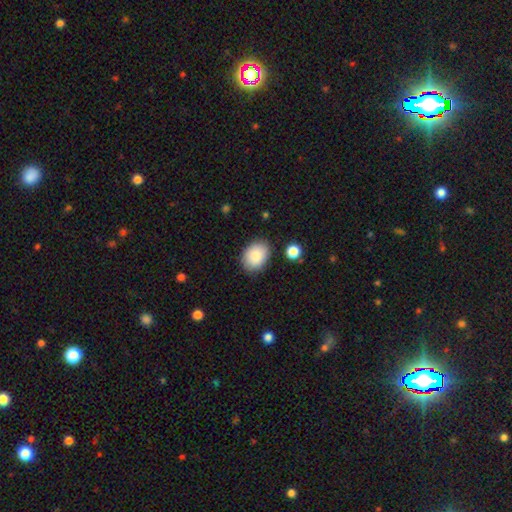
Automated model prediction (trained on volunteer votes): Smooth or featured: smooth — 88% (star or artifact — 7%)
How rounded: in between — 72% (round — 28%)
Merging: none — 83% (minor disturbance — 12%)